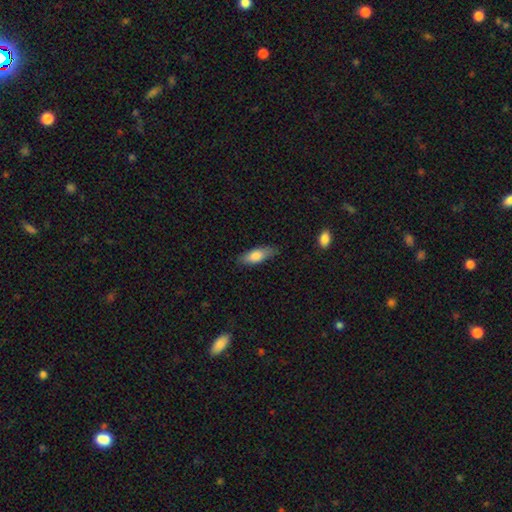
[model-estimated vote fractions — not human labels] A smooth galaxy with no disk features (78%) that is in between round and cigar-shaped (65%).

Vote fractions:
- Smooth or featured? smooth: 78% / featured or disk: 16% / star or artifact: 6%
- How rounded? in between: 65% / cigar-shaped: 33% / round: 3%
- Merging? none: 78% / minor disturbance: 17% / major disturbance: 3% / merger: 1%